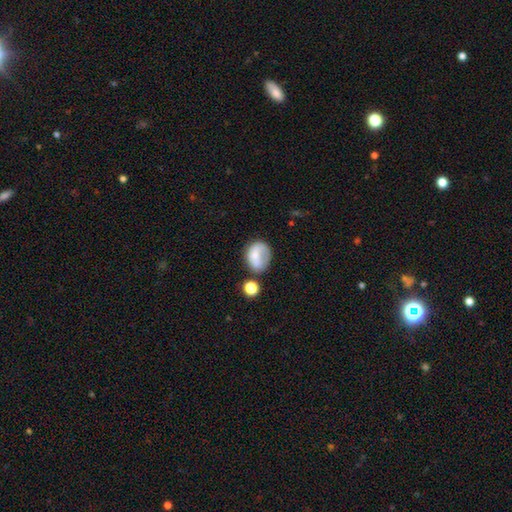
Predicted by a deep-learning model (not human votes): Smooth or featured: smooth — 65% (featured or disk — 26%)
How rounded: in between — 52% (round — 47%)
Merging: none — 42% (minor disturbance — 26%)